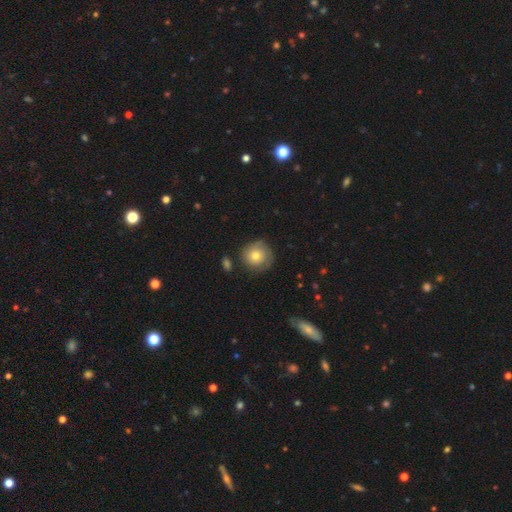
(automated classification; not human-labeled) smooth-or-featured: smooth: 65% | featured or disk: 27% | star or artifact: 8%
  how-rounded: round: 92% | in between: 7% | cigar-shaped: 1%
  merging: none: 73% | minor disturbance: 19% | major disturbance: 6% | merger: 3%